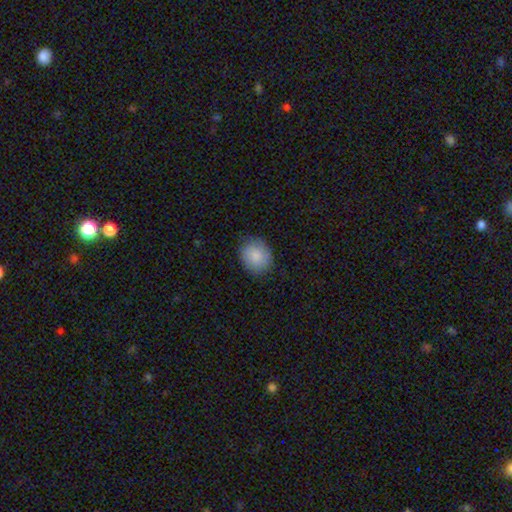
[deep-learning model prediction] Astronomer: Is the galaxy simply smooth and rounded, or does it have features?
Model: smooth — 86%.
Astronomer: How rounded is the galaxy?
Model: round — 69%.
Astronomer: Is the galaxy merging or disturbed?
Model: none — 82%.